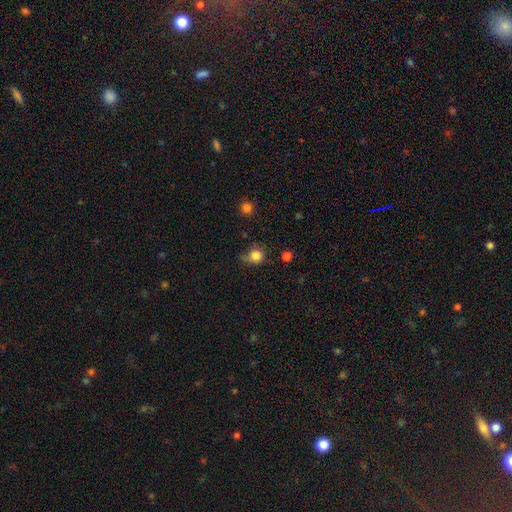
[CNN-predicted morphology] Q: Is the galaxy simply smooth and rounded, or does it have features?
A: smooth — 82%.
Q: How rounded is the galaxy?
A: round — 80%.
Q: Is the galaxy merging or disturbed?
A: none — 57%.